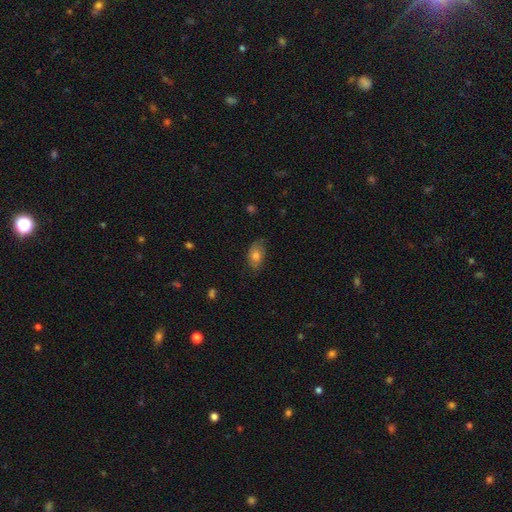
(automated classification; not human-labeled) This appears to be a smooth galaxy with no disk features (71%) that is in between round and cigar-shaped (88%). Merging: none (70%).